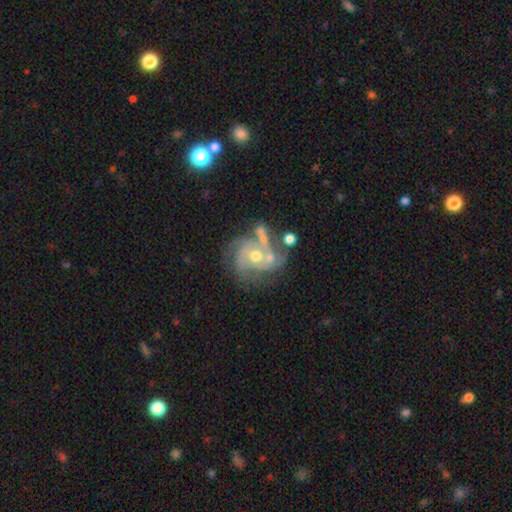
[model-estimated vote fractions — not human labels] Q: Smooth or featured?
A: featured or disk (83%); runner-up: smooth (10%)
Q: Edge-on disk?
A: no (98%); runner-up: yes (2%)
Q: Bar?
A: no (75%); runner-up: weak (21%)
Q: Spiral arms?
A: yes (92%); runner-up: no (8%)
Q: Spiral winding?
A: tight (48%); runner-up: medium (41%)
Q: Spiral arm count?
A: 3 (37%); runner-up: 2 (24%)
Q: Bulge size?
A: moderate (71%); runner-up: small (22%)
Q: Merging?
A: none (46%); runner-up: minor disturbance (19%)